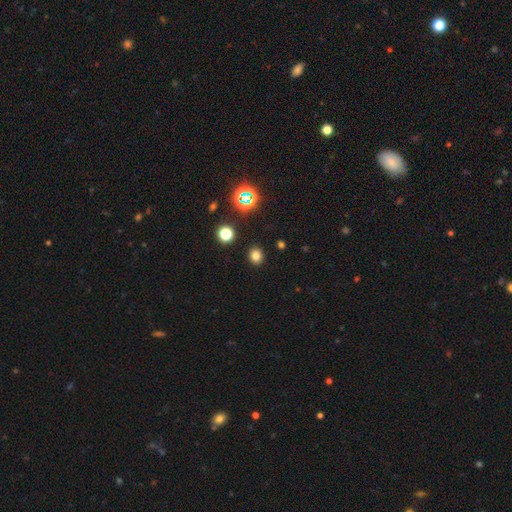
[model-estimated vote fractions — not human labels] This is likely a smooth galaxy (77%). How rounded: likely round (73%). Merging: clearly none (90%).